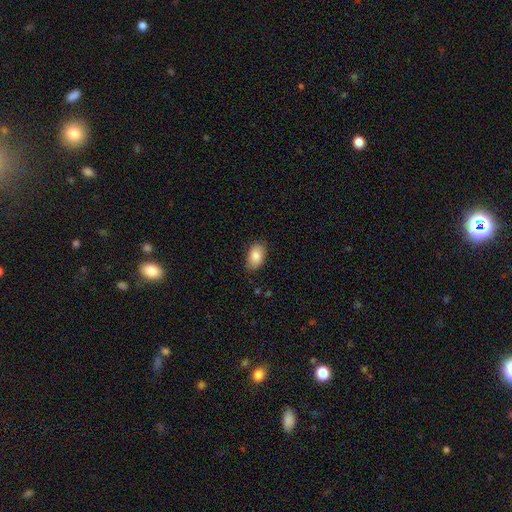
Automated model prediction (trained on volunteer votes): The model was most divided on "merging": none: 82%, minor disturbance: 15%, major disturbance: 3%, merger: 1%. More confident: how rounded — in between (90%); smooth or featured — smooth (86%).